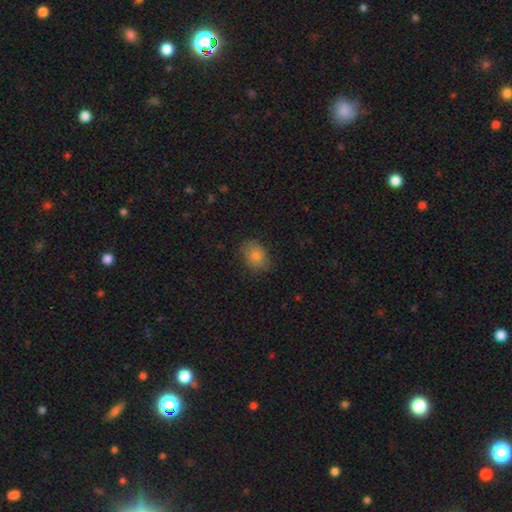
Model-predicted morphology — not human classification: Smooth or featured: smooth — 79% (featured or disk — 10%)
How rounded: in between — 60% (round — 39%)
Merging: none — 78% (minor disturbance — 17%)